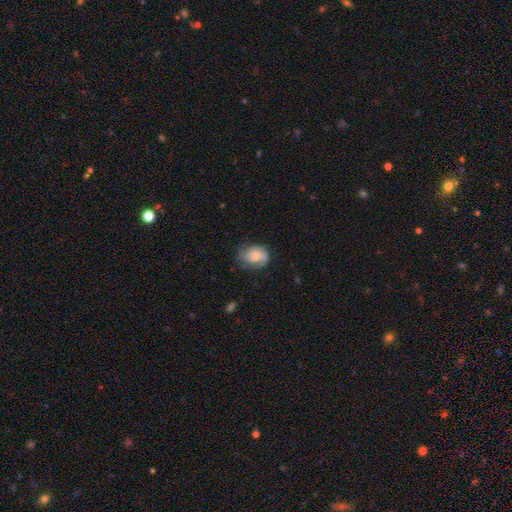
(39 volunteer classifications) smooth_or_featured: smooth (p=0.49) [alt: featured or disk p=0.44]
how_rounded: in between (p=0.53) [alt: round p=0.47]
merging: none (p=0.50) [alt: minor disturbance p=0.44]